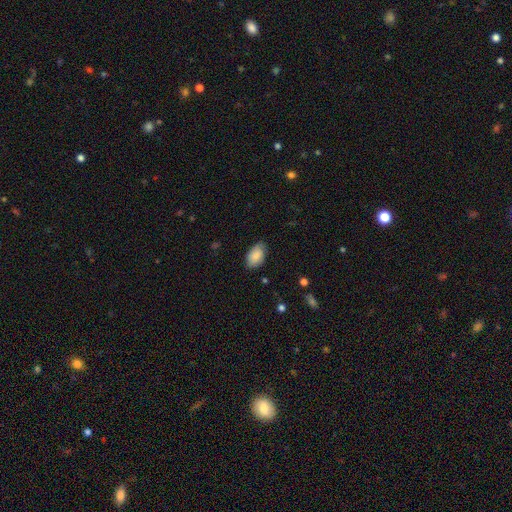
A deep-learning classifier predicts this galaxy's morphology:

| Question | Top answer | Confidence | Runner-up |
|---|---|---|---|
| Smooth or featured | smooth | 83% | featured or disk (10%) |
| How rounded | in between | 93% | round (6%) |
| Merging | none | 75% | minor disturbance (20%) |